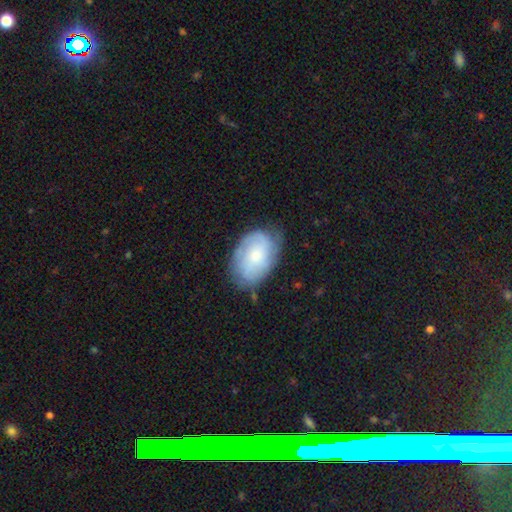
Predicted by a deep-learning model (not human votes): Q: Smooth or featured?
A: featured or disk (53%); runner-up: smooth (40%)
Q: Edge-on disk?
A: no (96%); runner-up: yes (4%)
Q: Bar?
A: no (73%); runner-up: weak (24%)
Q: Spiral arms?
A: yes (82%); runner-up: no (18%)
Q: Bulge size?
A: small (50%); runner-up: moderate (41%)
Q: Merging?
A: none (67%); runner-up: minor disturbance (24%)